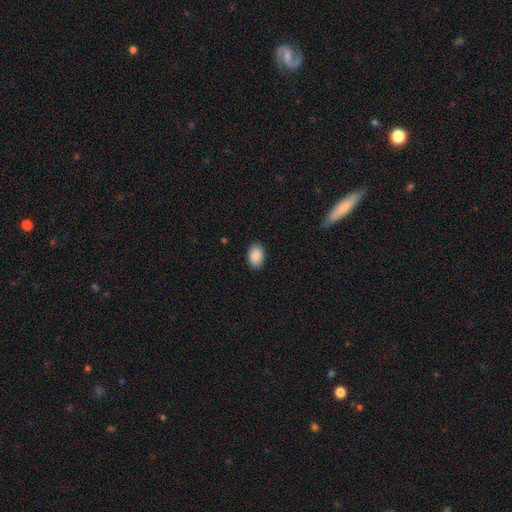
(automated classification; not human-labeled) Smooth or featured?
  - smooth: 90% *
  - star or artifact: 7%
  - featured or disk: 3%
How rounded?
  - in between: 85% *
  - round: 13%
  - cigar-shaped: 1%
Merging?
  - none: 89% *
  - minor disturbance: 8%
  - major disturbance: 2%
  - merger: 1%